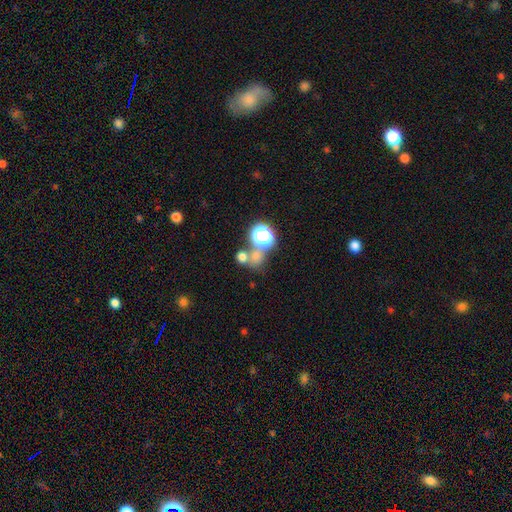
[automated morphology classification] Smooth or featured: smooth — 54% (star or artifact — 35%)
How rounded: round — 81% (in between — 18%)
Merging: none — 53% (merger — 33%)